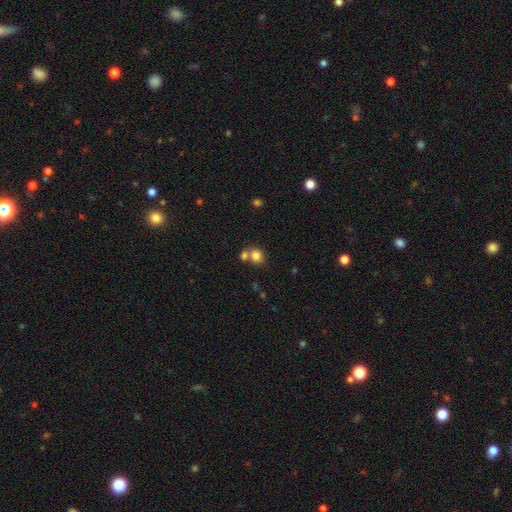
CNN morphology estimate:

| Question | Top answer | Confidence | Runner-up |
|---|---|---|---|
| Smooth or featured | smooth | 81% | star or artifact (11%) |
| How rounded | round | 70% | in between (29%) |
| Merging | none | 50% | merger (38%) |